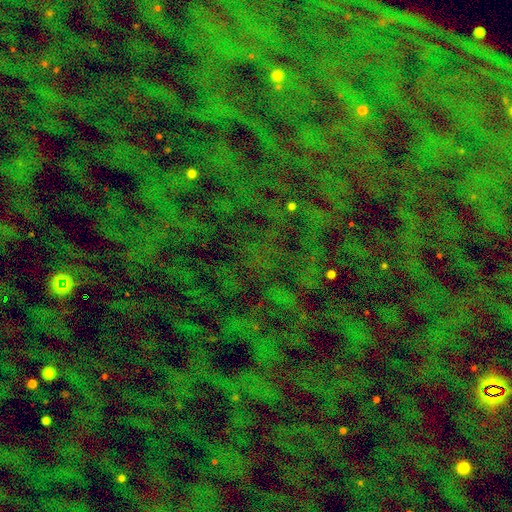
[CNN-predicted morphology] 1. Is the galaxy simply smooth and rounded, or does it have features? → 76% star or artifact, 15% smooth, 8% featured or disk.